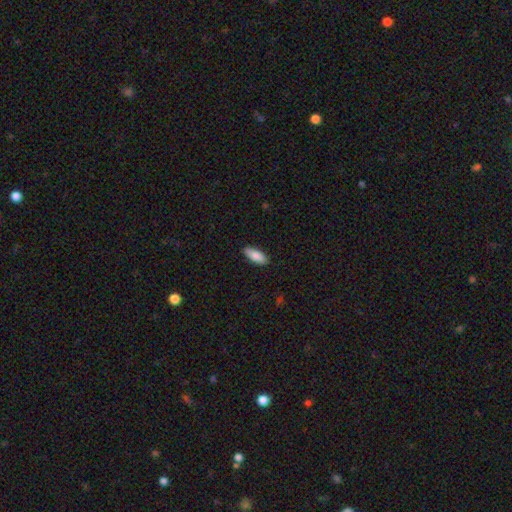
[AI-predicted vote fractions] smooth_or_featured: smooth (p=0.87) [alt: featured or disk p=0.07]
how_rounded: in between (p=0.81) [alt: cigar-shaped p=0.17]
merging: none (p=0.86) [alt: minor disturbance p=0.11]